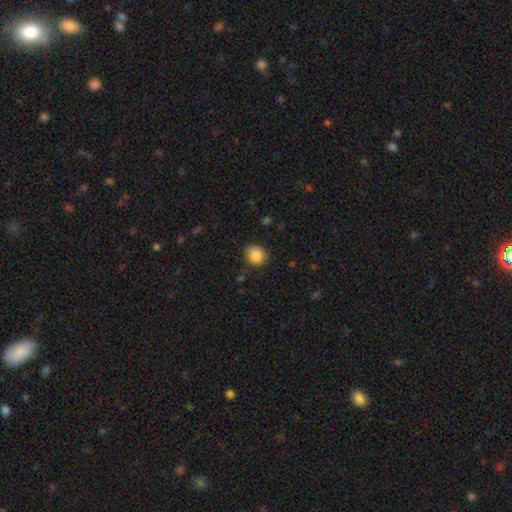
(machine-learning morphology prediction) The model was most divided on "merging": none: 76%, minor disturbance: 19%, major disturbance: 3%, merger: 2%. More confident: smooth or featured — smooth (85%); how rounded — round (81%).